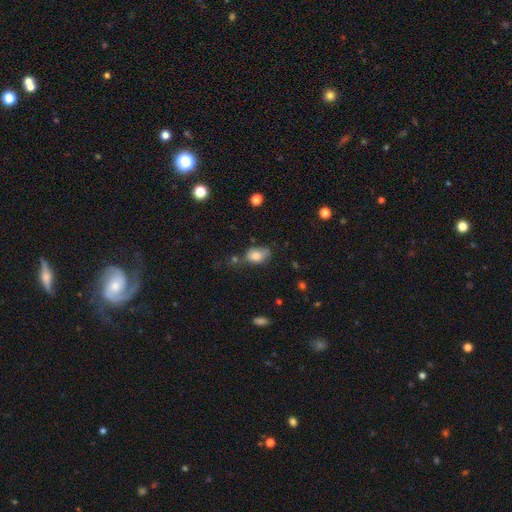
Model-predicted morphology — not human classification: This appears to be a smooth galaxy with no disk features (81%) that is in between round and cigar-shaped (81%). Merging: none (43%).